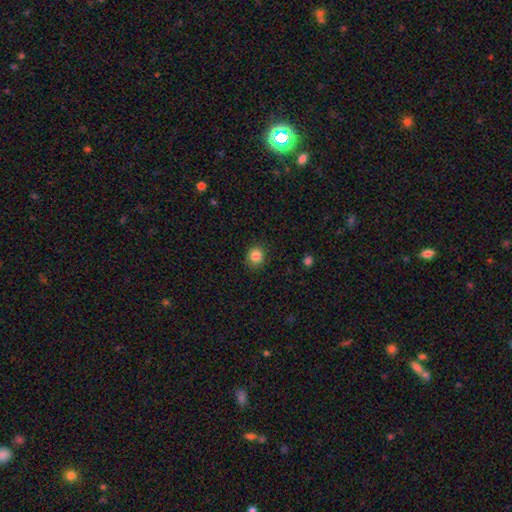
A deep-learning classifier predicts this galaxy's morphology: The model was most divided on "how rounded": round: 85%, in between: 14%, cigar-shaped: 1%. More confident: merging — none (89%); smooth or featured — smooth (85%).